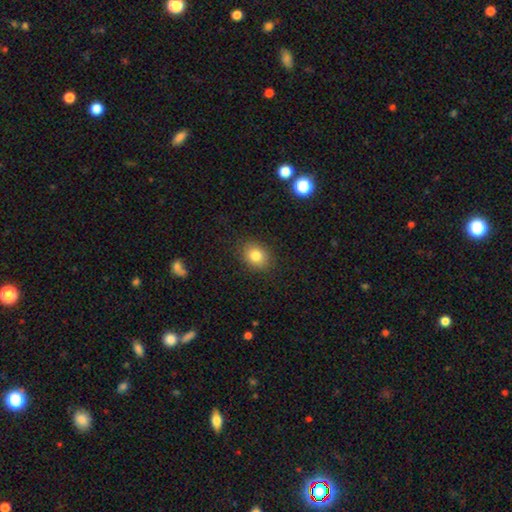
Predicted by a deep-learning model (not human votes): A smooth galaxy with no disk features (81%) that is round (50%).

Vote fractions:
- Smooth or featured? smooth: 81% / star or artifact: 10% / featured or disk: 8%
- How rounded? round: 50% / in between: 49% / cigar-shaped: 1%
- Merging? none: 87% / minor disturbance: 9% / major disturbance: 3% / merger: 1%